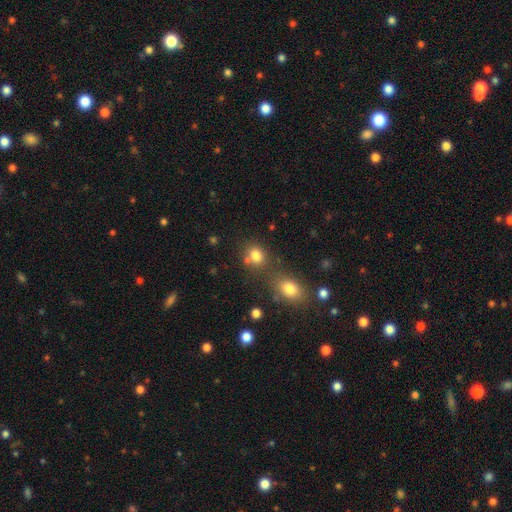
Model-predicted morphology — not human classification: A smooth galaxy with no disk features (79%) that is round (64%).

Vote fractions:
- Smooth or featured? smooth: 79% / star or artifact: 13% / featured or disk: 7%
- How rounded? round: 64% / in between: 34% / cigar-shaped: 1%
- Merging? none: 59% / merger: 25% / minor disturbance: 12% / major disturbance: 5%